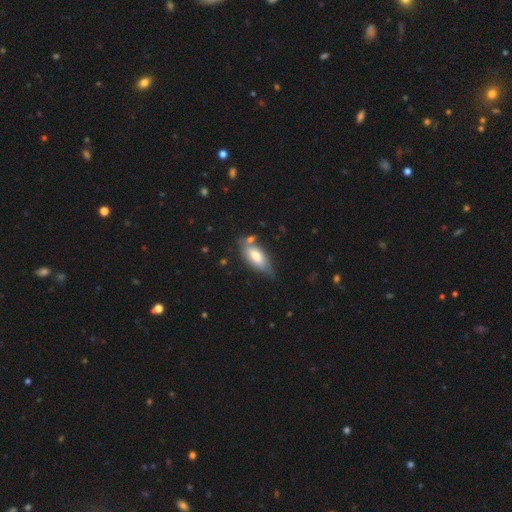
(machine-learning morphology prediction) Smooth or featured? Predicted: smooth (p=0.67). How rounded? Predicted: in between (p=0.80). Merging? Predicted: none (p=0.57).